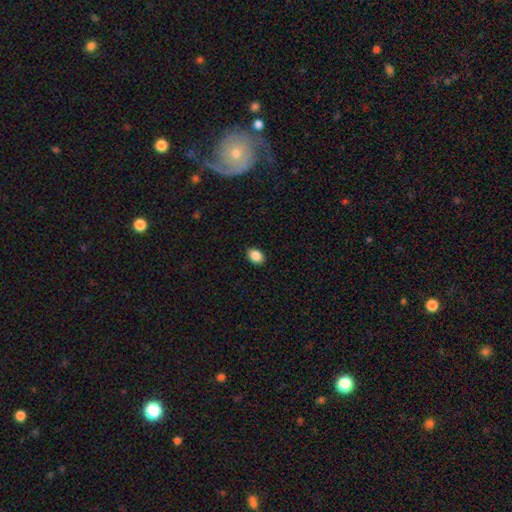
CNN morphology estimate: This is clearly a smooth galaxy (88%). How rounded: likely in between (77%). Merging: clearly none (90%).